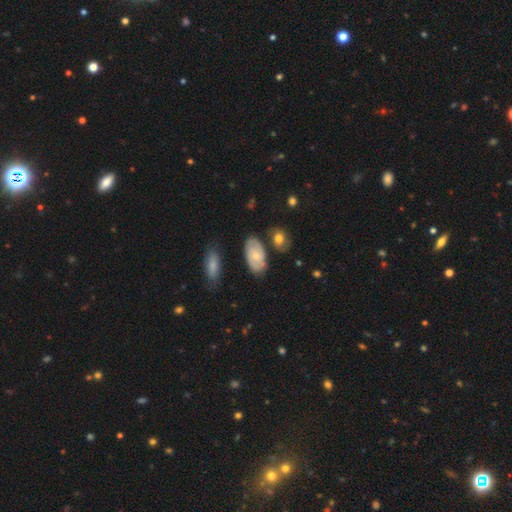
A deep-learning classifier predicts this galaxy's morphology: The model was most divided on "smooth or featured": featured or disk: 50%, smooth: 44%, star or artifact: 7%. More confident: merging — none (71%).